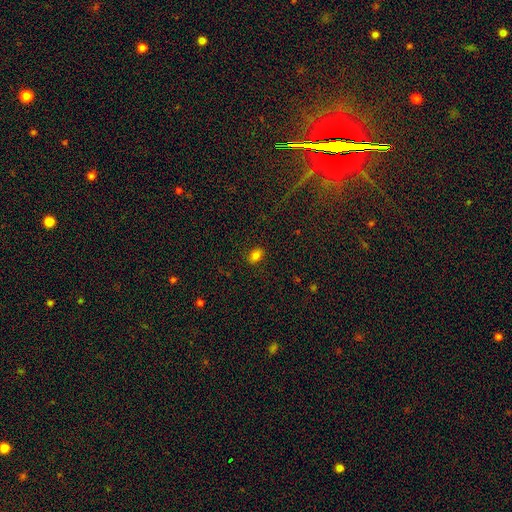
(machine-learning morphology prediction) Smooth or featured? Predicted: smooth (p=0.80). How rounded? Predicted: in between (p=0.80). Merging? Predicted: none (p=0.87).